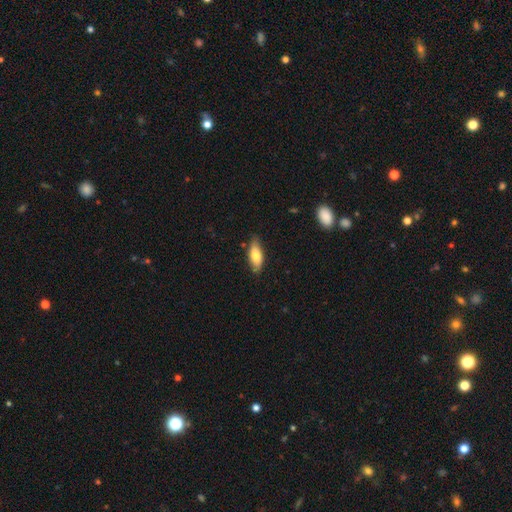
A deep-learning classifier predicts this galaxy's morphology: Smooth or featured: smooth — 73% (featured or disk — 21%)
How rounded: in between — 75% (cigar-shaped — 23%)
Merging: none — 79% (minor disturbance — 17%)